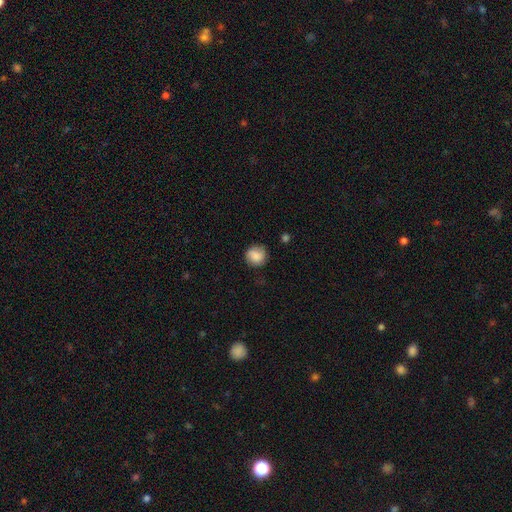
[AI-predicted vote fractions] A smooth galaxy with no disk features (84%) that is round (88%).

Vote fractions:
- Smooth or featured? smooth: 84% / featured or disk: 8% / star or artifact: 8%
- How rounded? round: 88% / in between: 11% / cigar-shaped: 1%
- Merging? none: 80% / minor disturbance: 15% / major disturbance: 4% / merger: 2%